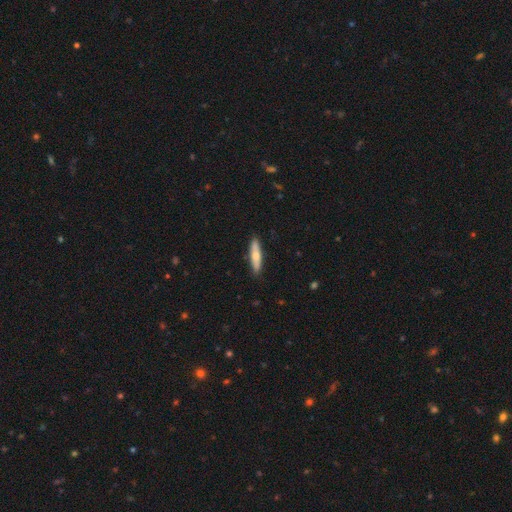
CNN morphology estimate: smooth 61%, featured or disk 34%, star or artifact 5%. Down the decision tree: how rounded — cigar-shaped (78%); merging — none (88%).